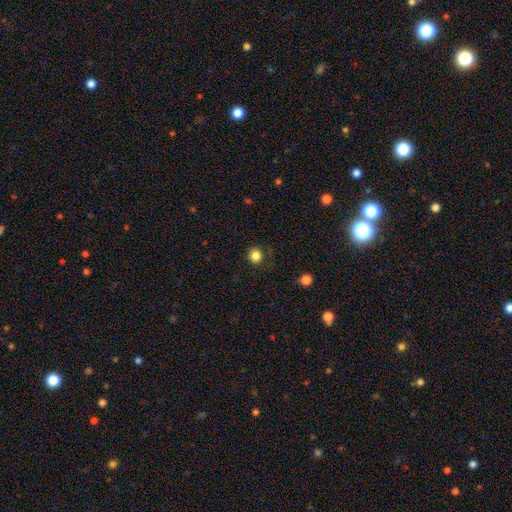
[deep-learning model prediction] Q: Smooth or featured?
A: smooth (83%); runner-up: star or artifact (12%)
Q: How rounded?
A: round (90%); runner-up: in between (9%)
Q: Merging?
A: none (84%); runner-up: minor disturbance (11%)